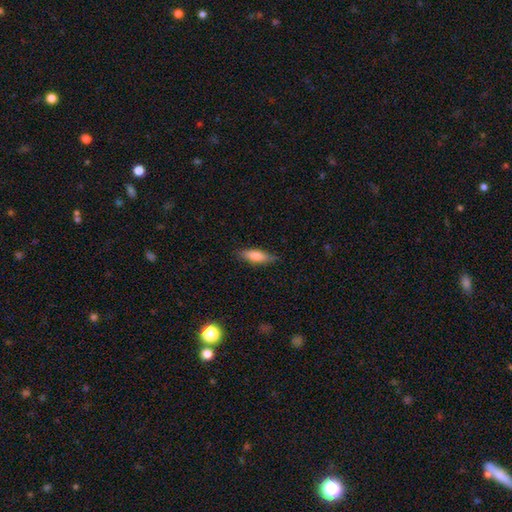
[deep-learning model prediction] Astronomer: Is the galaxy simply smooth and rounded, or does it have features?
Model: smooth — 77%.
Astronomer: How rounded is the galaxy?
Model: cigar-shaped — 51% (runner-up: in between, 47%).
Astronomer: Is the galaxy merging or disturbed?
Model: none — 81%.